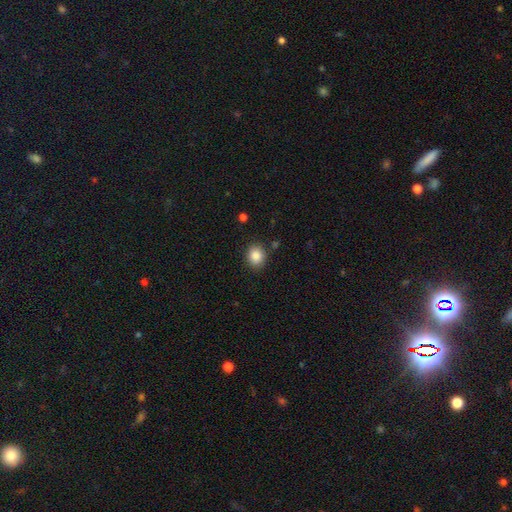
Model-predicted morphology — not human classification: This appears to be a smooth galaxy with no disk features (86%) that is round (65%). Merging: none (86%).